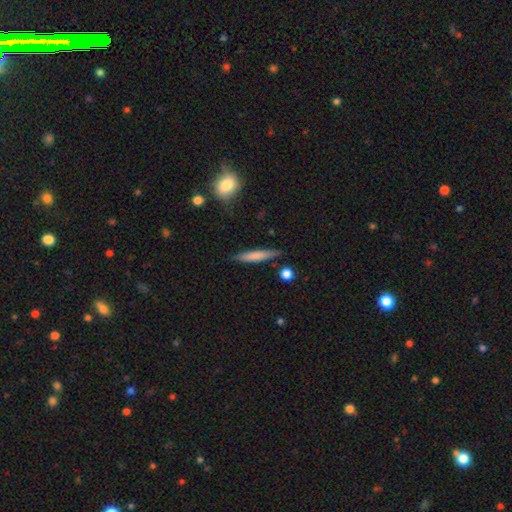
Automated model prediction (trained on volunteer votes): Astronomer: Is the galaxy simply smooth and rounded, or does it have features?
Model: smooth — 68%.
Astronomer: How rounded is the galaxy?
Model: cigar-shaped — 90%.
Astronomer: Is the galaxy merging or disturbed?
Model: none — 84%.